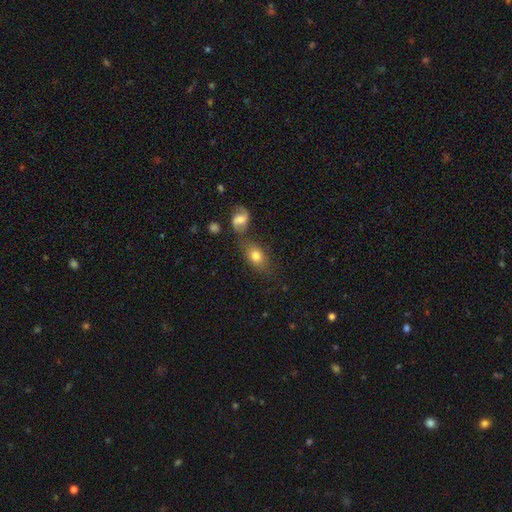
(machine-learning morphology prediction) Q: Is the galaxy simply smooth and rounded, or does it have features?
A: smooth — 74%.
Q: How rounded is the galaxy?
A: in between — 76%.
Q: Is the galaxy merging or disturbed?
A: none — 61%.